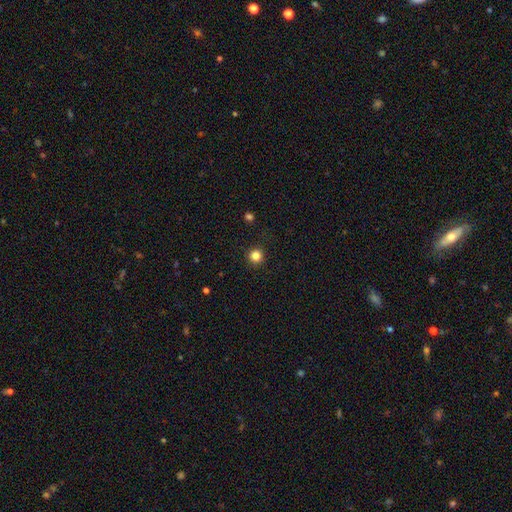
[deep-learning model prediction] A smooth galaxy with no disk features (84%) that is round (95%). Merging: none (92%).